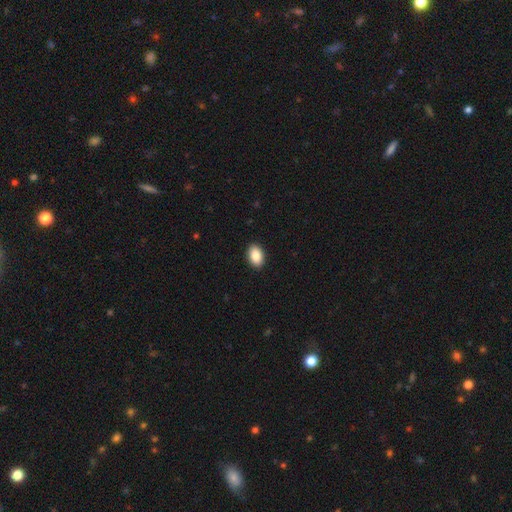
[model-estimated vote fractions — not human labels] Smooth or featured? smooth (88%)
How rounded? in between (88%)
Merging? none (91%)